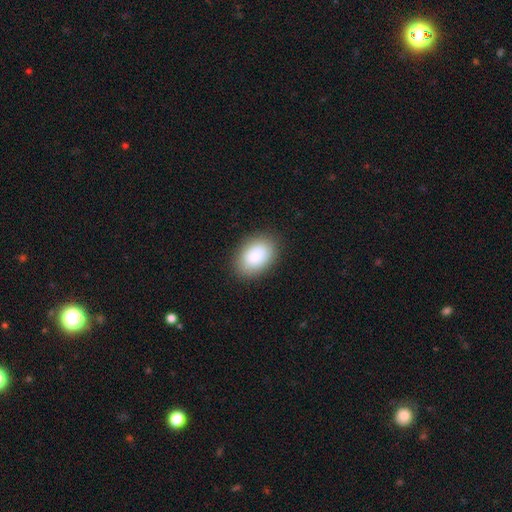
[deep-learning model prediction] A smooth galaxy with no disk features (87%) that is in between round and cigar-shaped (85%).

Vote fractions:
- Smooth or featured? smooth: 87% / star or artifact: 7% / featured or disk: 6%
- How rounded? in between: 85% / round: 14% / cigar-shaped: 1%
- Merging? none: 86% / minor disturbance: 10% / major disturbance: 3% / merger: 1%